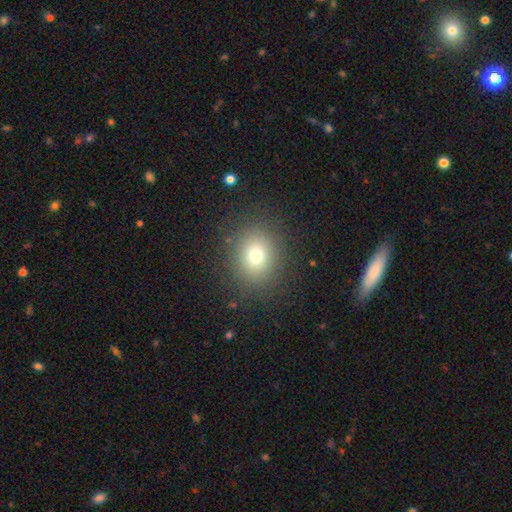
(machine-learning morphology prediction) Smooth or featured?
  - smooth: 73% *
  - star or artifact: 16%
  - featured or disk: 11%
How rounded?
  - round: 72% *
  - in between: 27%
  - cigar-shaped: 1%
Merging?
  - none: 86% *
  - minor disturbance: 8%
  - major disturbance: 5%
  - merger: 1%